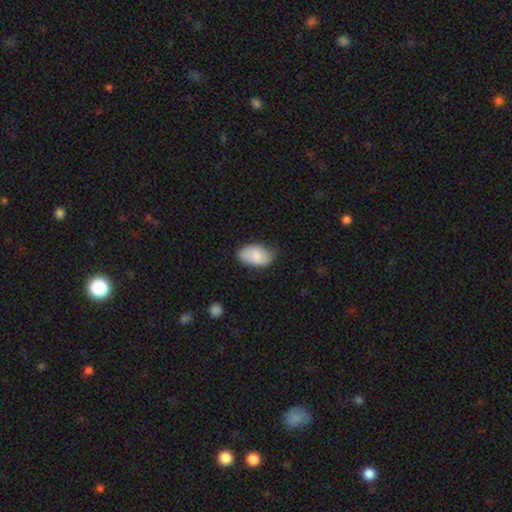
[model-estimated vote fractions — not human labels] smooth-or-featured: smooth: 83% | featured or disk: 11% | star or artifact: 6%
  how-rounded: in between: 92% | round: 6% | cigar-shaped: 1%
  merging: none: 67% | minor disturbance: 27% | major disturbance: 5% | merger: 1%